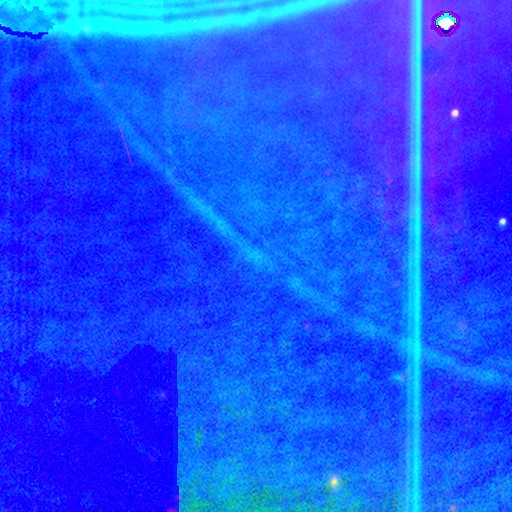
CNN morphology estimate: star or artifact 87%, featured or disk 7%, smooth 6%.